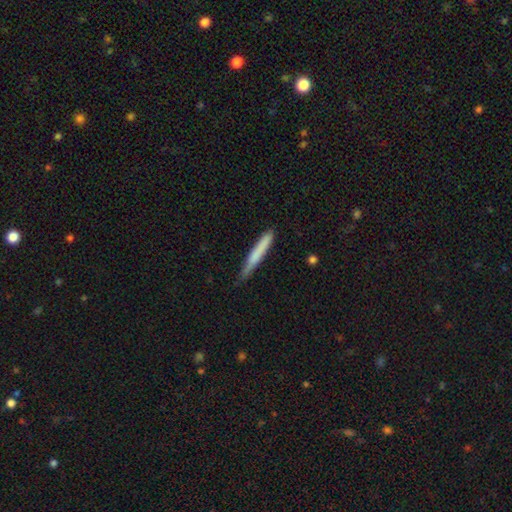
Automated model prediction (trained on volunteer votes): smooth_or_featured: smooth (p=0.70) [alt: featured or disk p=0.25]
how_rounded: cigar-shaped (p=0.96) [alt: in between p=0.03]
merging: none (p=0.73) [alt: minor disturbance p=0.23]